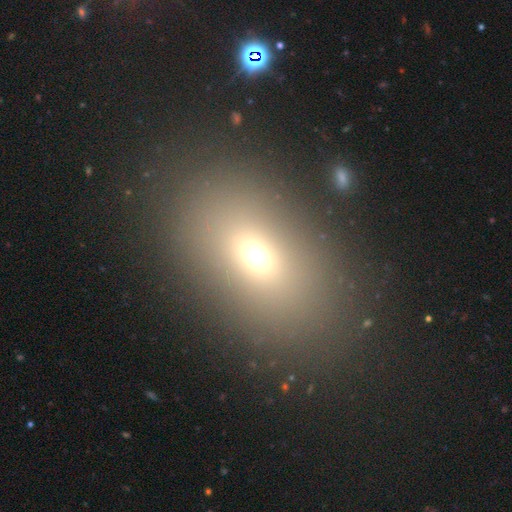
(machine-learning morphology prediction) A smooth galaxy with no disk features (65%) that is in between round and cigar-shaped (80%).

Vote fractions:
- Smooth or featured? smooth: 65% / star or artifact: 18% / featured or disk: 17%
- How rounded? in between: 80% / round: 18% / cigar-shaped: 3%
- Merging? none: 83% / minor disturbance: 9% / major disturbance: 6% / merger: 2%